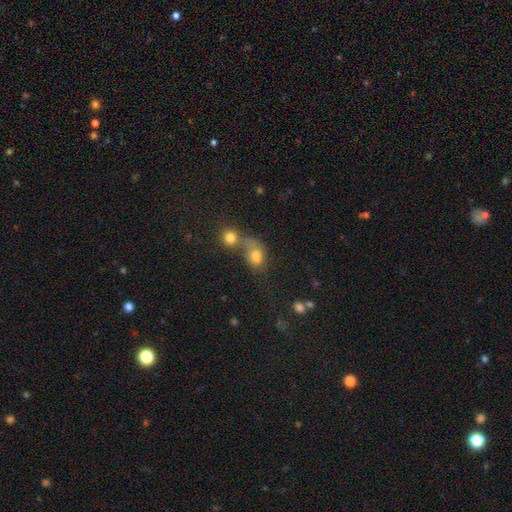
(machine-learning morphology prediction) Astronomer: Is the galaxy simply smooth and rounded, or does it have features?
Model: smooth — 74%.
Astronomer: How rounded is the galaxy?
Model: in between — 70%.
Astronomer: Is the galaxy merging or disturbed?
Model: merger — 52%.